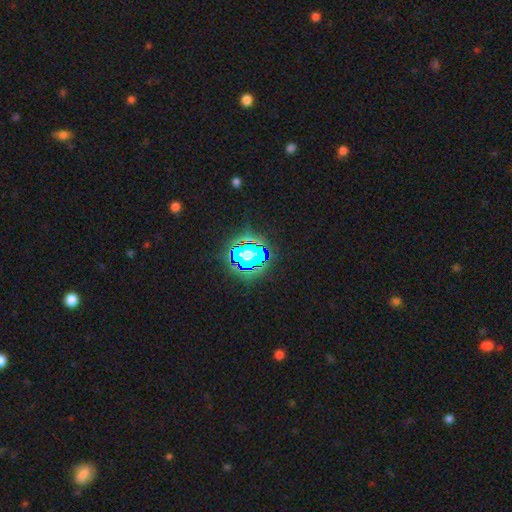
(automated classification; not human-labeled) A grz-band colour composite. It shows a star or artifact, not a galaxy (81%).